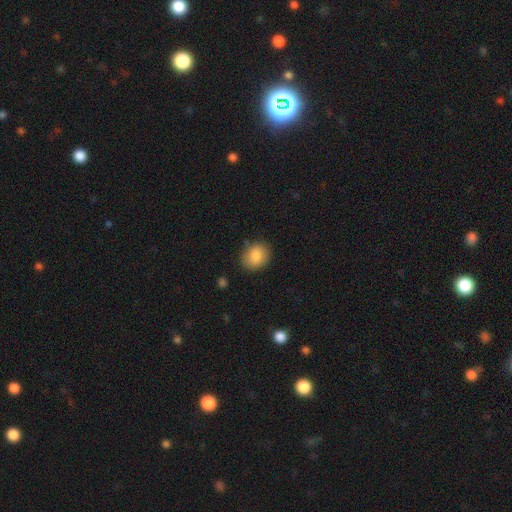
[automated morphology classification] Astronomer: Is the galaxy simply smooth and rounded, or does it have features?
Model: smooth — 85%.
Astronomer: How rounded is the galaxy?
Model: round — 55% (runner-up: in between, 44%).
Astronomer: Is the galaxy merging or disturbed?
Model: none — 83%.